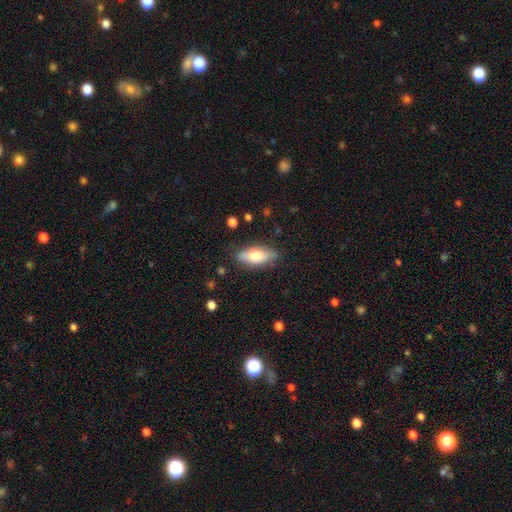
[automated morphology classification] A smooth galaxy with no disk features (66%) that is in between round and cigar-shaped (76%). Merging: none (80%).